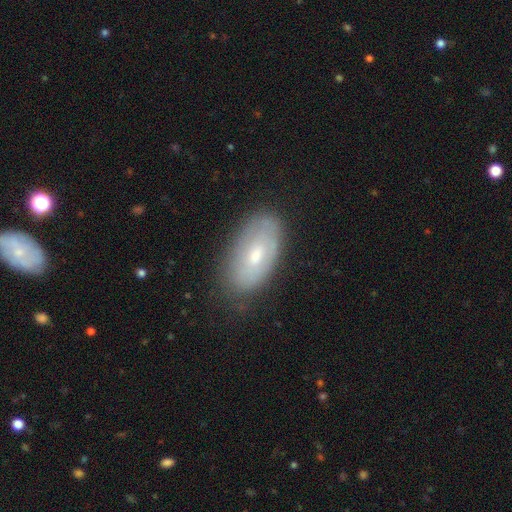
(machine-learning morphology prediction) Smooth or featured? Predicted: smooth (p=0.49). Merging? Predicted: none (p=0.74).